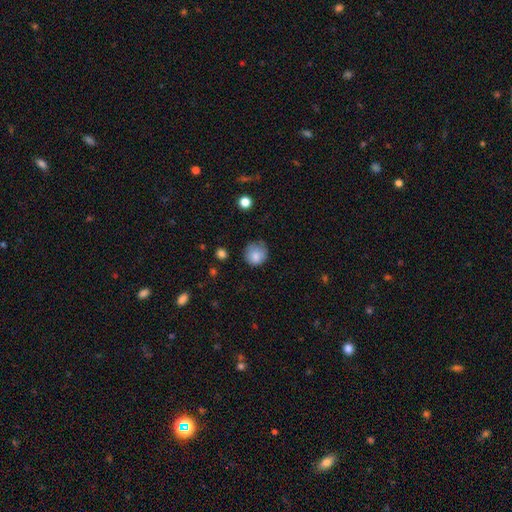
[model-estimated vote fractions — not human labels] Smooth or featured? Predicted: smooth (p=0.83). How rounded? Predicted: round (p=0.88). Merging? Predicted: none (p=0.64).